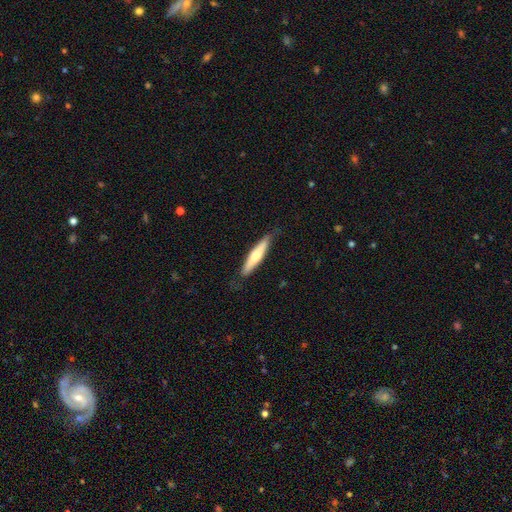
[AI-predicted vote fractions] Smooth or featured? Predicted: smooth (p=0.54). How rounded? Predicted: cigar-shaped (p=0.83). Merging? Predicted: none (p=0.81).